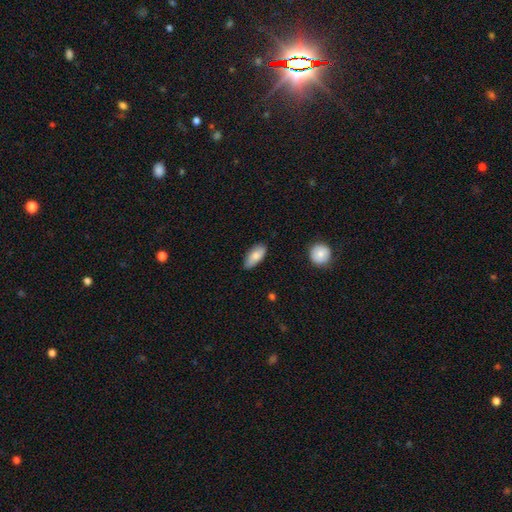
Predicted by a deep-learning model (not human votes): smooth-or-featured: smooth: 80% | featured or disk: 14% | star or artifact: 6%
  how-rounded: in between: 87% | cigar-shaped: 10% | round: 2%
  merging: none: 76% | minor disturbance: 20% | major disturbance: 3% | merger: 1%